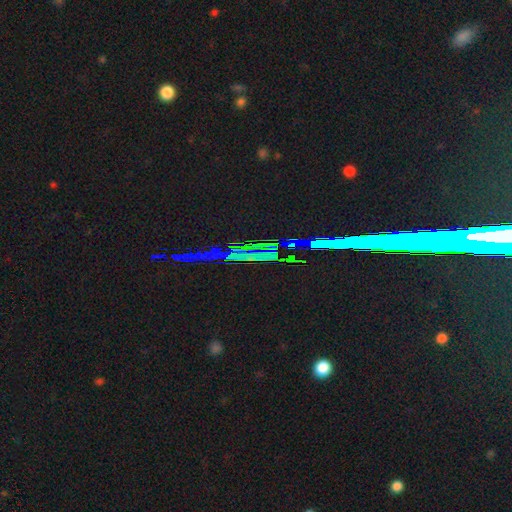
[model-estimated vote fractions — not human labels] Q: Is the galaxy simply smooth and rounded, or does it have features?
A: star or artifact — 79%.